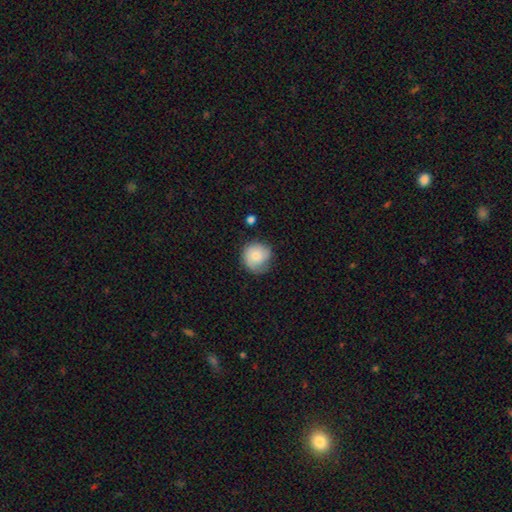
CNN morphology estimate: smooth_or_featured: smooth (p=0.74) [alt: featured or disk p=0.19]
how_rounded: round (p=0.90) [alt: in between p=0.10]
merging: none (p=0.65) [alt: minor disturbance p=0.26]